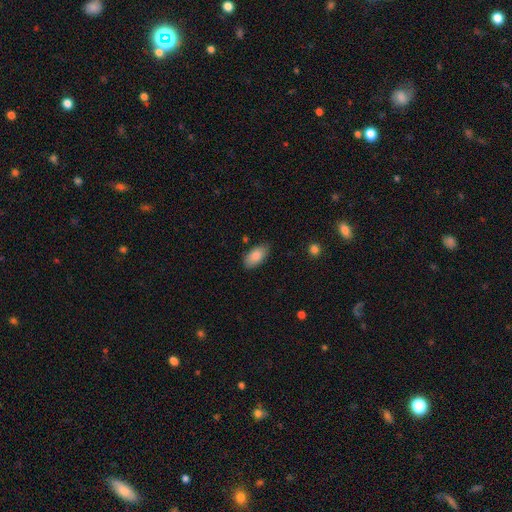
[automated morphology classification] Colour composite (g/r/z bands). It shows a smooth galaxy with no disk features (86%) that is in between round and cigar-shaped (94%). Merging: none (80%).